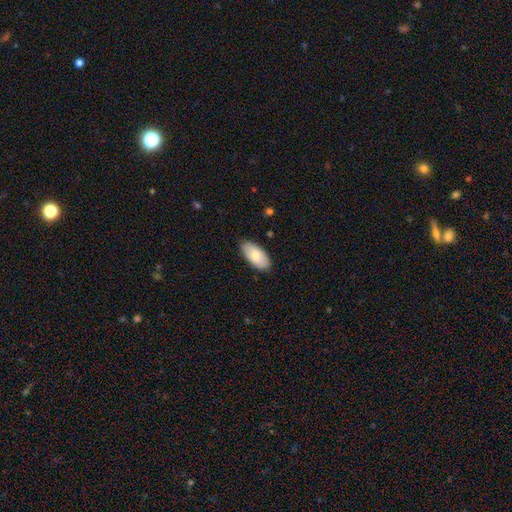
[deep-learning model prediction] Morphology: type=smooth (79%); roundness=in between (94%); merging=none (86%).